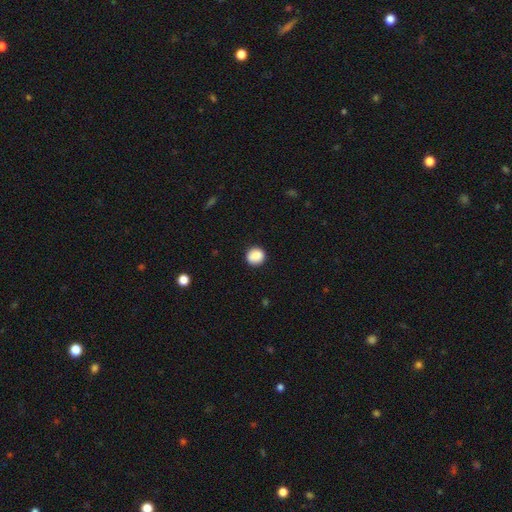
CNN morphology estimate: Smooth or featured?
  - smooth: 88% *
  - star or artifact: 8%
  - featured or disk: 4%
How rounded?
  - round: 91% *
  - in between: 8%
  - cigar-shaped: 1%
Merging?
  - none: 88% *
  - minor disturbance: 9%
  - major disturbance: 2%
  - merger: 1%